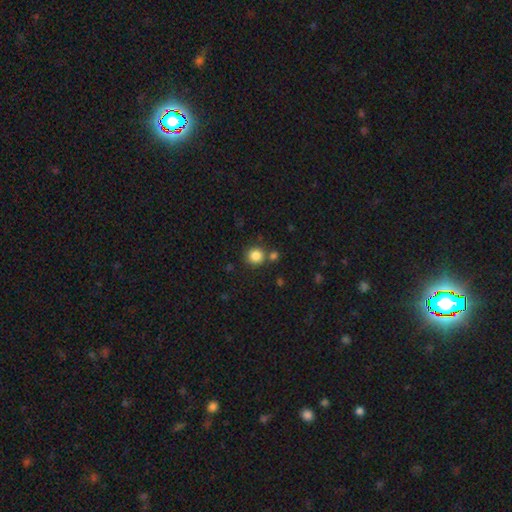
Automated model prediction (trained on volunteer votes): Smooth or featured? smooth (84%)
How rounded? round (91%)
Merging? none (77%)